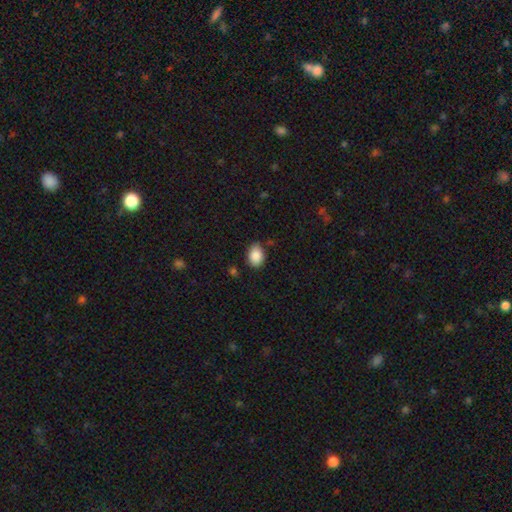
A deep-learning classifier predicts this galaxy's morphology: Q: Smooth or featured?
A: smooth (88%); runner-up: star or artifact (8%)
Q: How rounded?
A: in between (69%); runner-up: round (30%)
Q: Merging?
A: none (75%); runner-up: minor disturbance (19%)